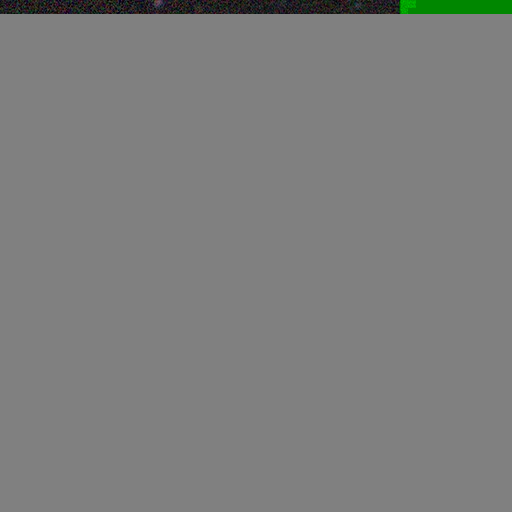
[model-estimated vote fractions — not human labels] Q: Smooth or featured?
A: smooth (73%); runner-up: featured or disk (18%)
Q: How rounded?
A: in between (63%); runner-up: round (36%)
Q: Merging?
A: none (78%); runner-up: minor disturbance (17%)